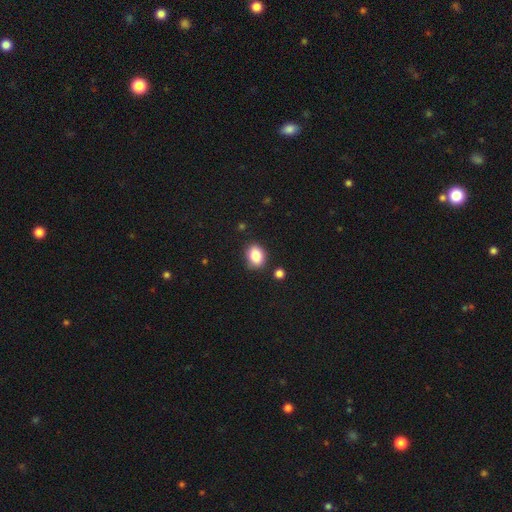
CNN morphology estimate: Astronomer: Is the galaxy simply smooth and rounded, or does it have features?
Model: smooth — 85%.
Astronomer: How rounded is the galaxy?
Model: in between — 64%.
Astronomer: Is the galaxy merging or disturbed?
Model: none — 81%.